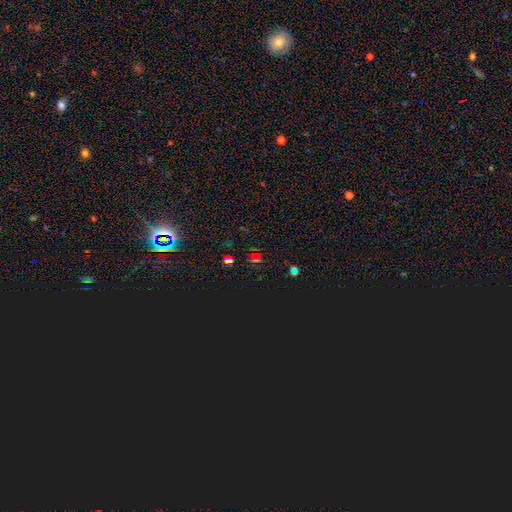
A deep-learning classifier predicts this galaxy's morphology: Smooth or featured?
  - star or artifact: 67% *
  - smooth: 24%
  - featured or disk: 8%